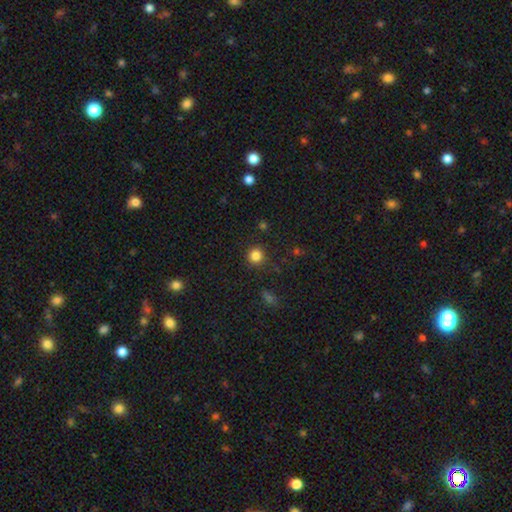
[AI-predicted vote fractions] Overall: smooth (83%). How rounded: round (93%). Merging: none (88%).